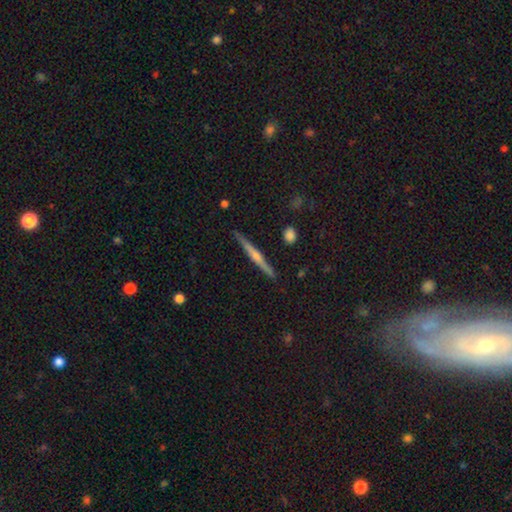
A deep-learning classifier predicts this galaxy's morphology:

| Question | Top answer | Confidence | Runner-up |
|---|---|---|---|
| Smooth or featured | featured or disk | 65% | smooth (28%) |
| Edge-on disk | yes | 98% | no (2%) |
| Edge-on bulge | rounded | 66% | none (24%) |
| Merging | none | 89% | minor disturbance (8%) |